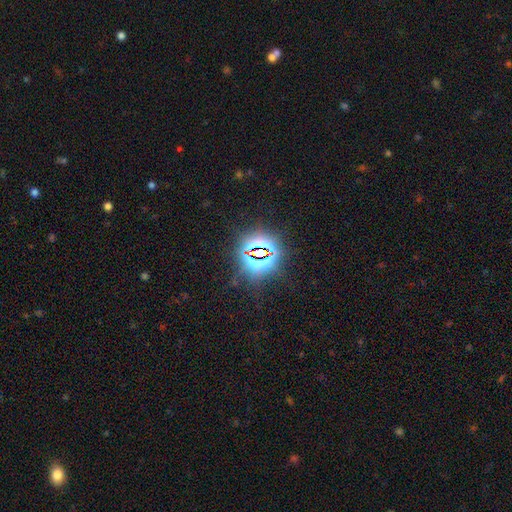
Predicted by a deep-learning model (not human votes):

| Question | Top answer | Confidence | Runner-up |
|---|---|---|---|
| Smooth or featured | star or artifact | 82% | smooth (11%) |